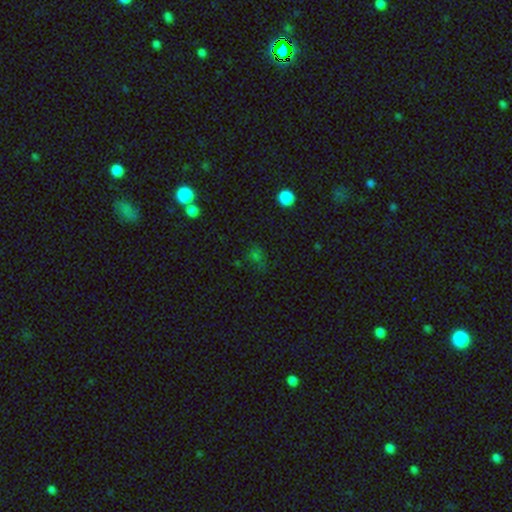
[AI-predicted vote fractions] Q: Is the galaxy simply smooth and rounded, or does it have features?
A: smooth — 53%.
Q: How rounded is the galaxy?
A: round — 67%.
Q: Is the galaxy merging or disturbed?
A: none — 68%.